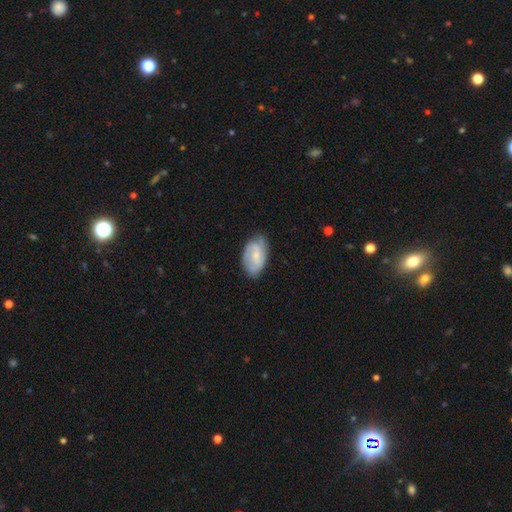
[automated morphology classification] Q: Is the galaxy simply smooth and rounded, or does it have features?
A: featured or disk — 52%.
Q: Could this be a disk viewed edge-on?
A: no — 95%.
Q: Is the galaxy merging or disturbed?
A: none — 70%.